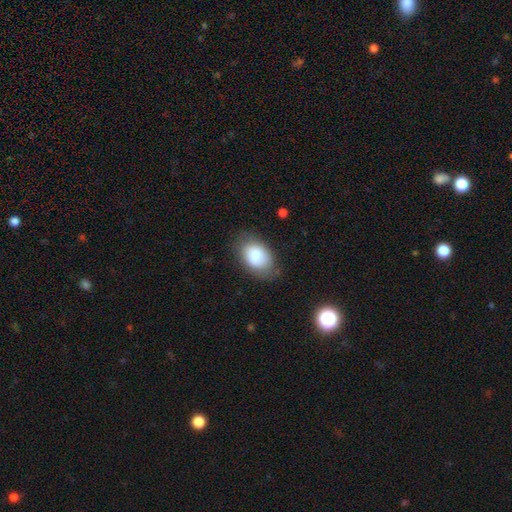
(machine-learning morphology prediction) type=smooth (84%); roundness=in between (87%); merging=none (72%).